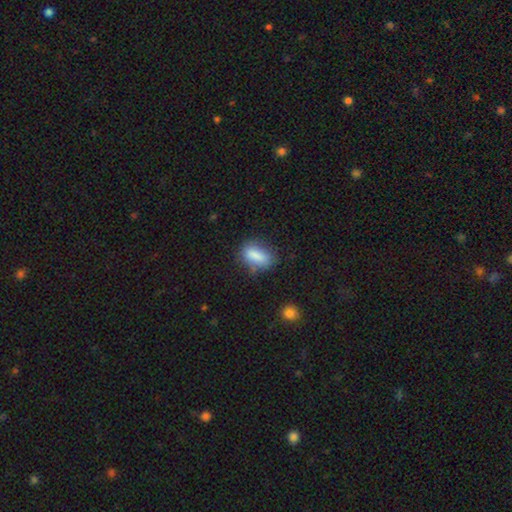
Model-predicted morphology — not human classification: Smooth or featured?
  - smooth: 82% *
  - featured or disk: 9%
  - star or artifact: 8%
How rounded?
  - in between: 82% *
  - cigar-shaped: 11%
  - round: 8%
Merging?
  - none: 69% *
  - minor disturbance: 21%
  - major disturbance: 7%
  - merger: 4%